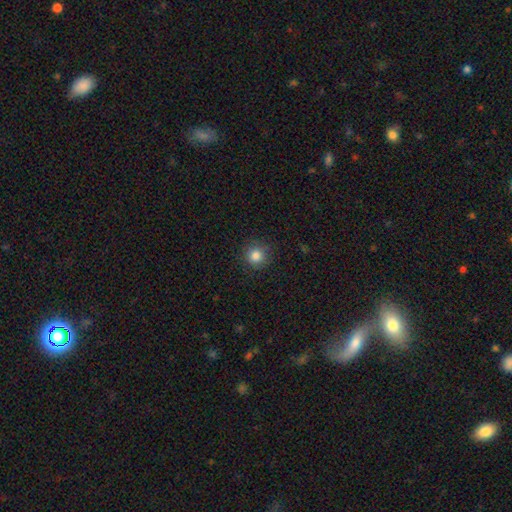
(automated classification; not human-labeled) Morphology: type=smooth (84%); roundness=round (94%); merging=none (89%).